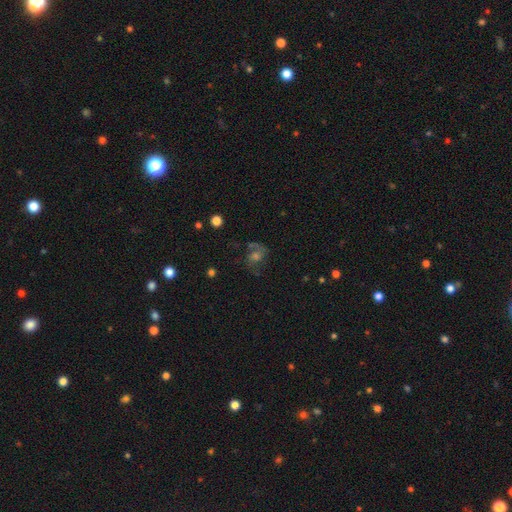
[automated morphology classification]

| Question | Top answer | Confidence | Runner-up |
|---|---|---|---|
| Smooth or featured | featured or disk | 57% | smooth (22%) |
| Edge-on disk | no | 97% | yes (3%) |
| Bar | no | 65% | weak (29%) |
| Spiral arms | yes | 85% | no (15%) |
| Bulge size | moderate | 48% | small (26%) |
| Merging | none | 61% | major disturbance (18%) |